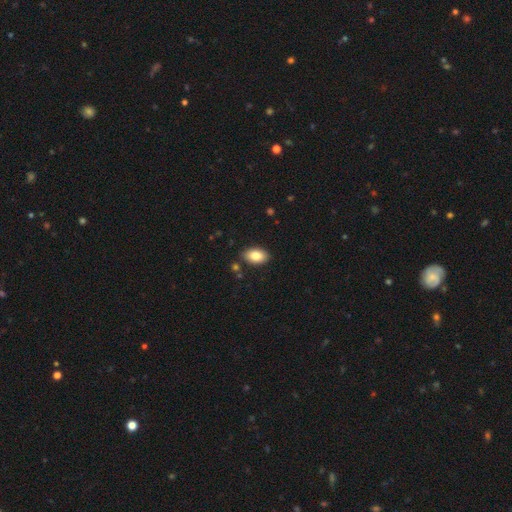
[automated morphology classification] Overall: smooth (85%). How rounded: in between (91%). Merging: none (86%).